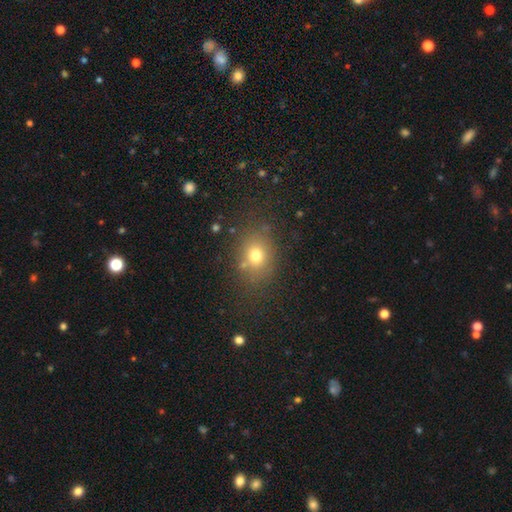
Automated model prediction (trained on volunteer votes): Smooth or featured? smooth (72%)
How rounded? round (52%)
Merging? none (78%)